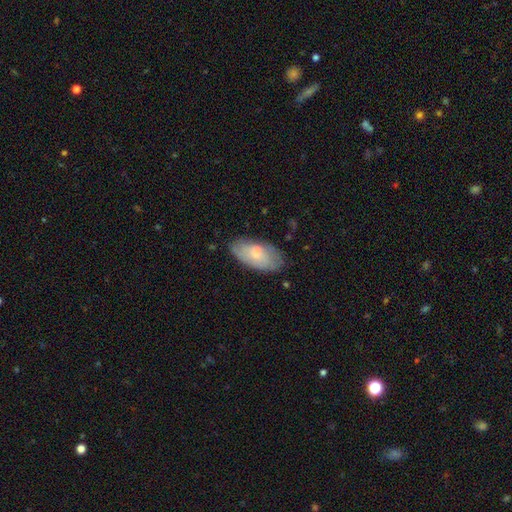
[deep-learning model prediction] This is likely a smooth galaxy (62%). How rounded: clearly in between (92%). Merging: likely none (79%).